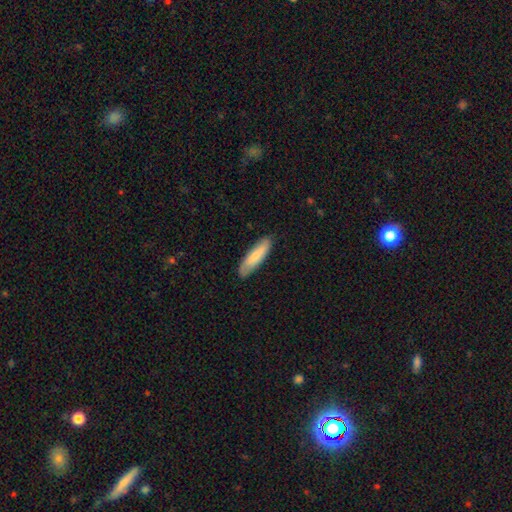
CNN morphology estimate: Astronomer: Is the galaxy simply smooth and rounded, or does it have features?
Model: smooth — 76%.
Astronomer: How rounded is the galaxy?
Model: cigar-shaped — 65%.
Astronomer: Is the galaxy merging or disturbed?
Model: none — 84%.